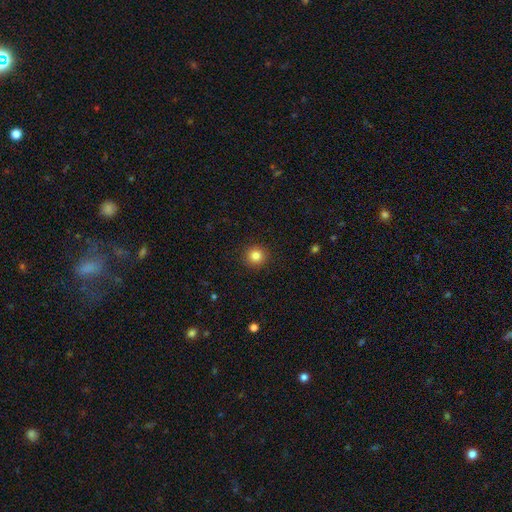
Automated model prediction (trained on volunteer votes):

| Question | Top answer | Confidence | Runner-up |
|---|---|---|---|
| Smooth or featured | smooth | 83% | star or artifact (11%) |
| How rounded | round | 94% | in between (5%) |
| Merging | none | 92% | minor disturbance (5%) |